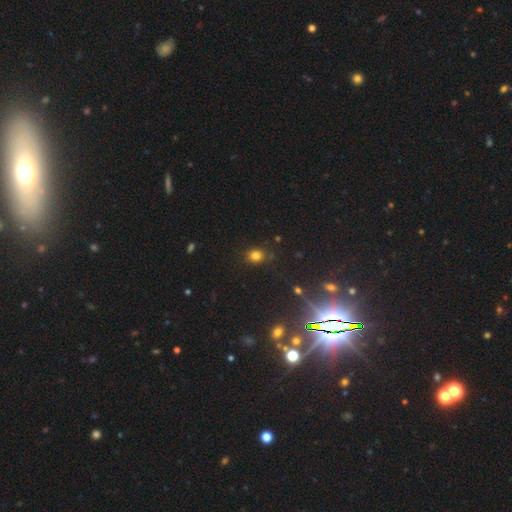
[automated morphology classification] smooth_or_featured: smooth (p=0.78) [alt: star or artifact p=0.16]
how_rounded: round (p=0.71) [alt: in between p=0.28]
merging: none (p=0.83) [alt: minor disturbance p=0.11]